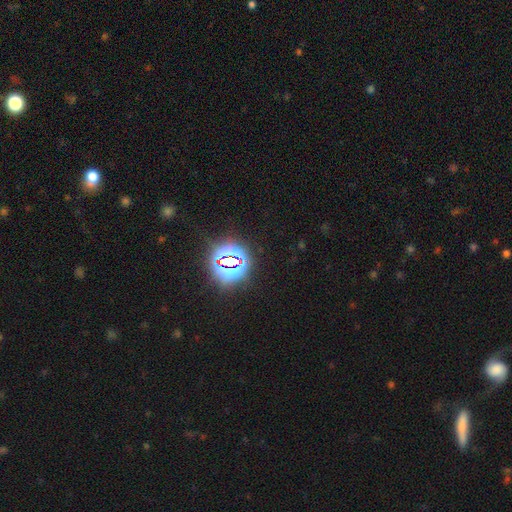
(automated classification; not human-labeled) This appears to be a star or artifact, not a galaxy (81%).